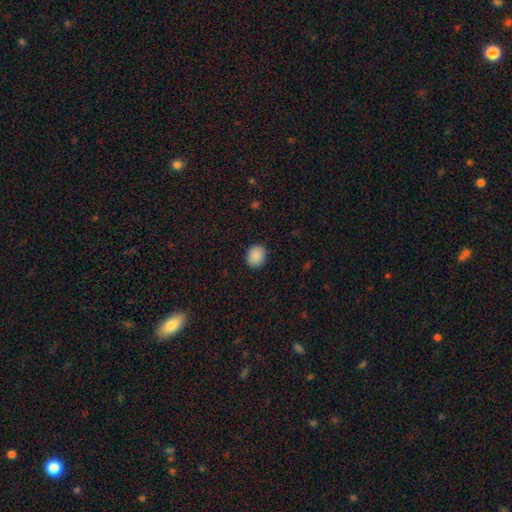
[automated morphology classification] This appears to be a smooth galaxy with no disk features (89%) that is round (60%). Merging: none (89%).